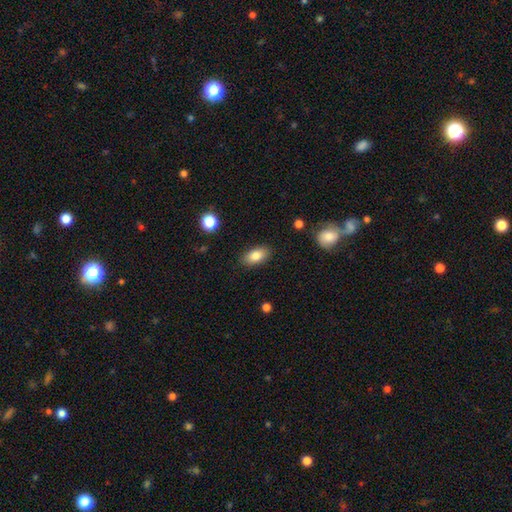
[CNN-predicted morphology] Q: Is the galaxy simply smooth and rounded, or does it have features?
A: smooth — 82%.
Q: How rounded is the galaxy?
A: in between — 90%.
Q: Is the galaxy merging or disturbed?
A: none — 88%.